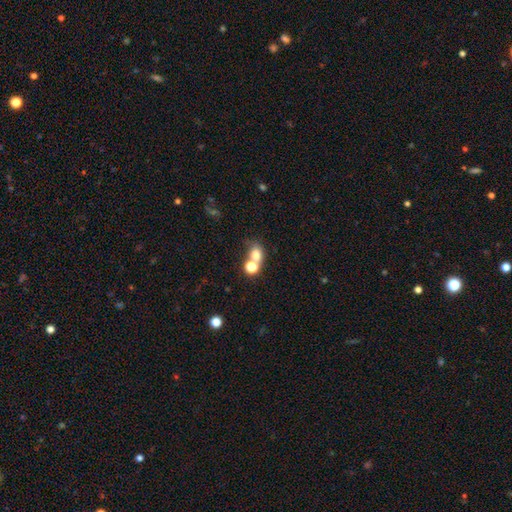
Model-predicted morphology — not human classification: A smooth galaxy with no disk features (73%) that is round (53%). Merging: merger (50%).